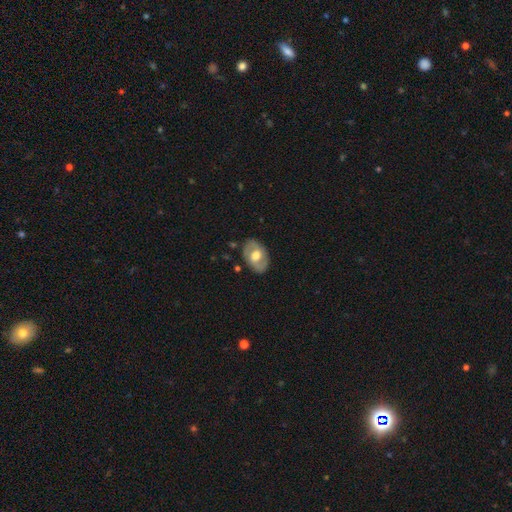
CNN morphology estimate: smooth-or-featured: featured or disk: 57% | smooth: 37% | star or artifact: 6%
  disk-edge-on: no: 93% | yes: 7%
    bar: no: 57% | weak: 33% | strong: 10%
    has-spiral-arms: no: 53% | yes: 47%
    bulge-size: moderate: 55% | large: 36% | small: 5% | dominant: 2% | none: 1%
  merging: none: 80% | minor disturbance: 15% | major disturbance: 4% | merger: 1%